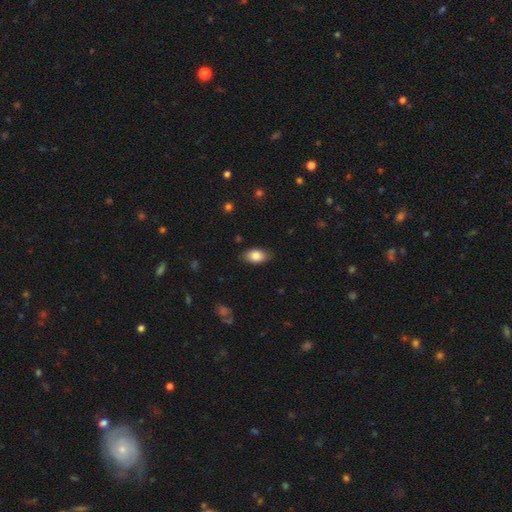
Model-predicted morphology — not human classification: smooth 84%, featured or disk 9%, star or artifact 7%. Down the decision tree: how rounded — in between (91%); merging — none (83%).